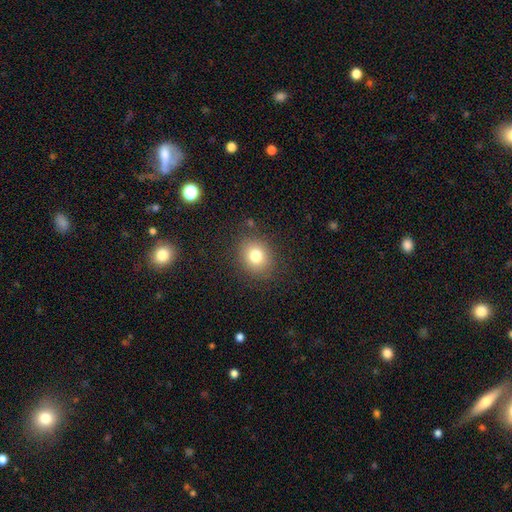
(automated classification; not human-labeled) This is likely a smooth galaxy (78%). How rounded: likely round (68%). Merging: clearly none (85%).